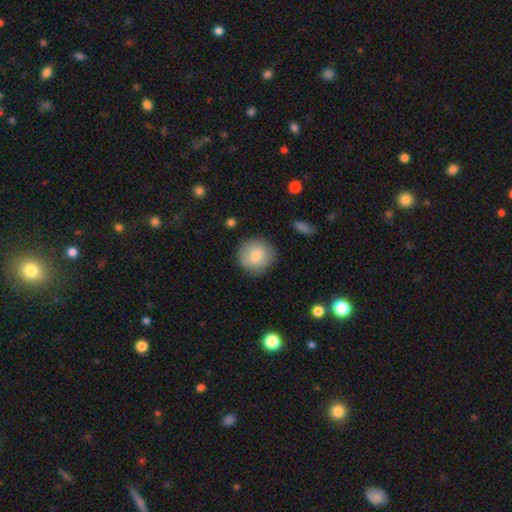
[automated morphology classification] Smooth or featured?
  - smooth: 80% *
  - featured or disk: 12%
  - star or artifact: 7%
How rounded?
  - round: 93% *
  - in between: 6%
  - cigar-shaped: 1%
Merging?
  - none: 85% *
  - minor disturbance: 11%
  - major disturbance: 3%
  - merger: 2%